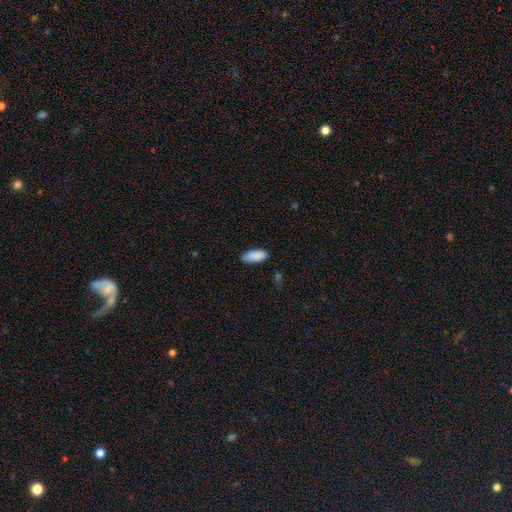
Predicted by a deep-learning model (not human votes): A smooth galaxy with no disk features (89%) that is in between round and cigar-shaped (86%). Merging: none (69%).